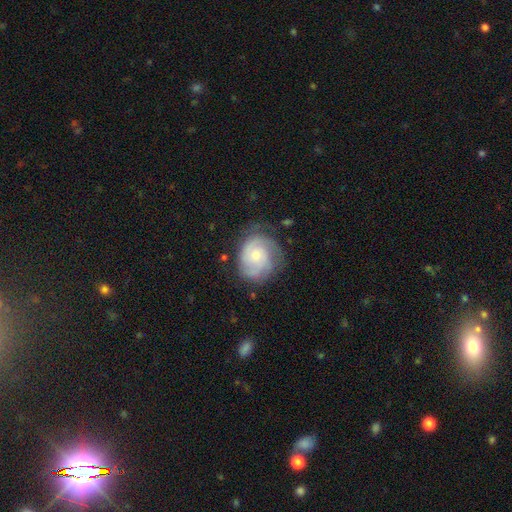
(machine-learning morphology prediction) Overall: featured or disk (67%). Edge-on disk: no (98%). Bar: no (76%). Spiral arms: yes (91%). Spiral arm count: can't tell (30%; 2 27%). Spiral winding: tight (54%; medium 34%). Bulge size: small (50%; moderate 42%). Merging: none (65%).